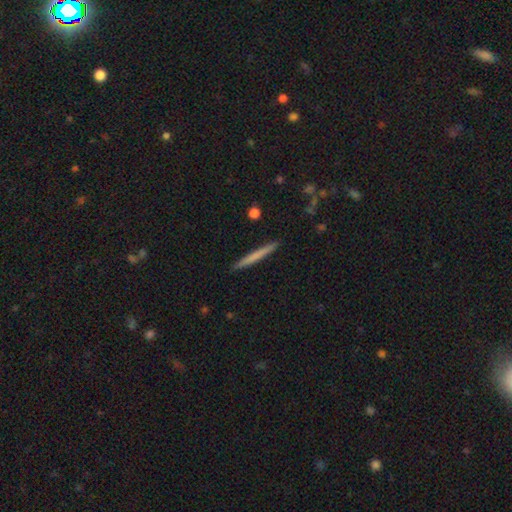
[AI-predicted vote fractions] smooth-or-featured: smooth: 64% | featured or disk: 31% | star or artifact: 5%
  how-rounded: cigar-shaped: 97% | in between: 2% | round: 1%
  merging: none: 92% | minor disturbance: 6% | major disturbance: 1% | merger: 1%